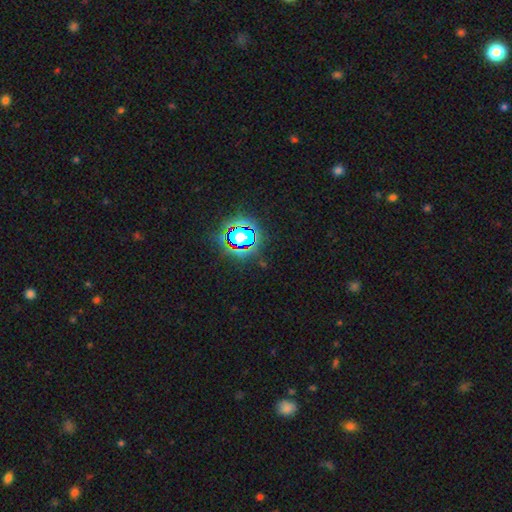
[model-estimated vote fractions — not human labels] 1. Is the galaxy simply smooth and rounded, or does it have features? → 79% star or artifact, 13% smooth, 8% featured or disk.